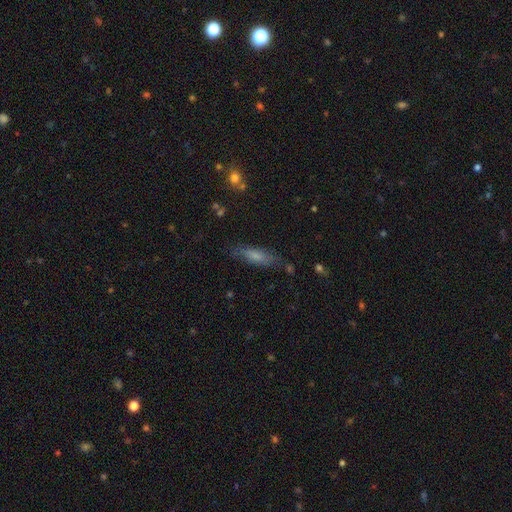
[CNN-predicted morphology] This is likely a smooth galaxy (69%). How rounded: possibly cigar-shaped (51%). Merging: likely none (73%).